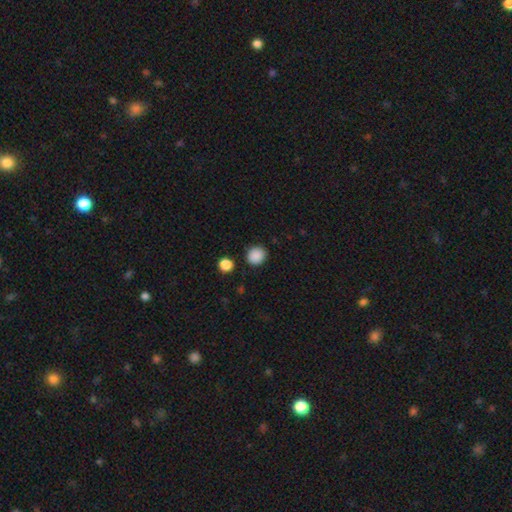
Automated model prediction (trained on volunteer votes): Morphology: type=smooth (88%); roundness=round (82%); merging=none (87%).